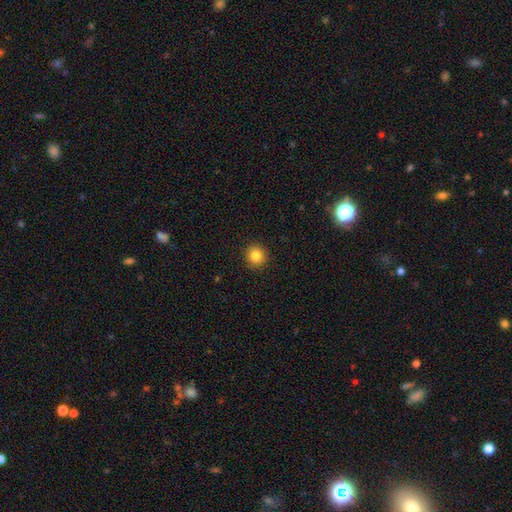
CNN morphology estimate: type=smooth (85%); roundness=round (94%); merging=none (92%).